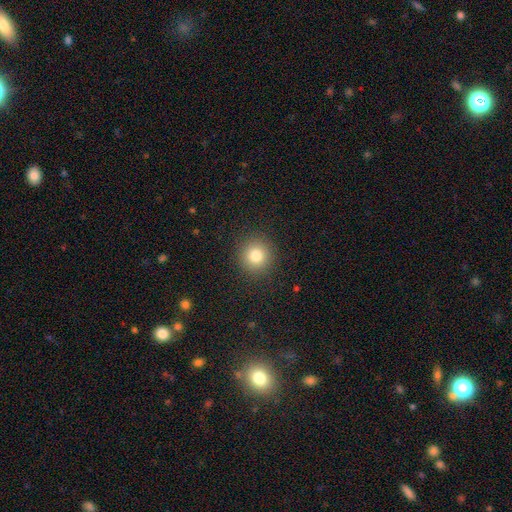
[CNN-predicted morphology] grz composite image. It shows a smooth galaxy with no disk features (81%) that is round (93%). Merging: none (91%).